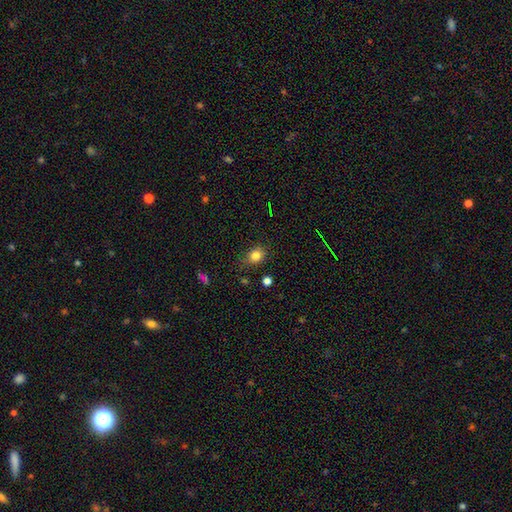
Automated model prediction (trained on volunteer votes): Q: Smooth or featured?
A: smooth (80%); runner-up: star or artifact (13%)
Q: How rounded?
A: round (51%); runner-up: in between (47%)
Q: Merging?
A: none (74%); runner-up: minor disturbance (19%)